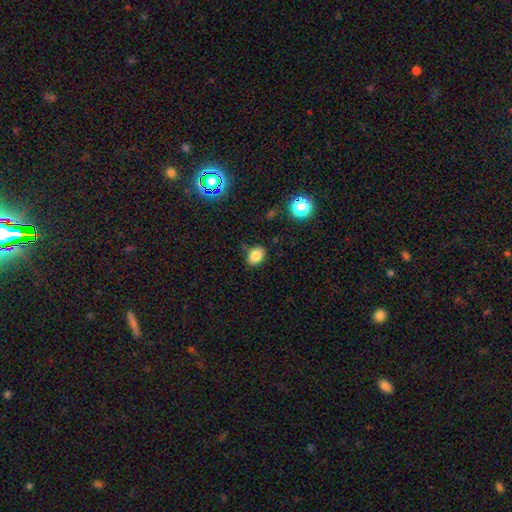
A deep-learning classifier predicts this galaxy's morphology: smooth 83%, star or artifact 11%, featured or disk 6%. Down the decision tree: how rounded — in between (66%); merging — none (80%).